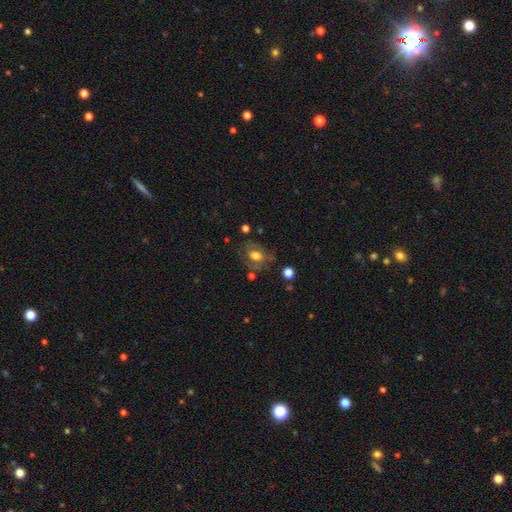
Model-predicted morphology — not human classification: Overall: smooth (54%; featured or disk 36%). How rounded: in between (61%; round 37%). Merging: none (58%; minor disturbance 23%).